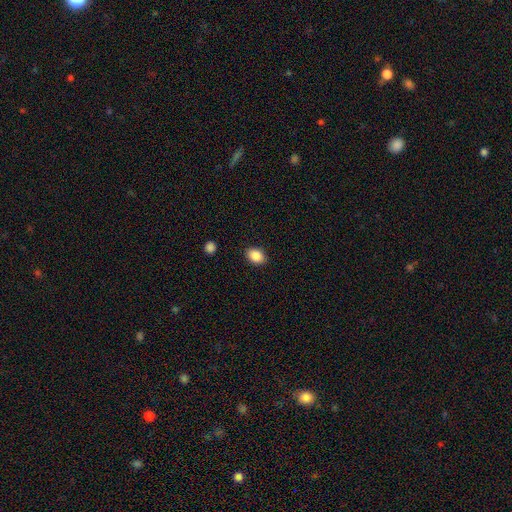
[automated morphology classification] Smooth or featured?
  - smooth: 88% *
  - star or artifact: 8%
  - featured or disk: 4%
How rounded?
  - in between: 73% *
  - round: 26%
  - cigar-shaped: 1%
Merging?
  - none: 88% *
  - minor disturbance: 8%
  - major disturbance: 2%
  - merger: 1%